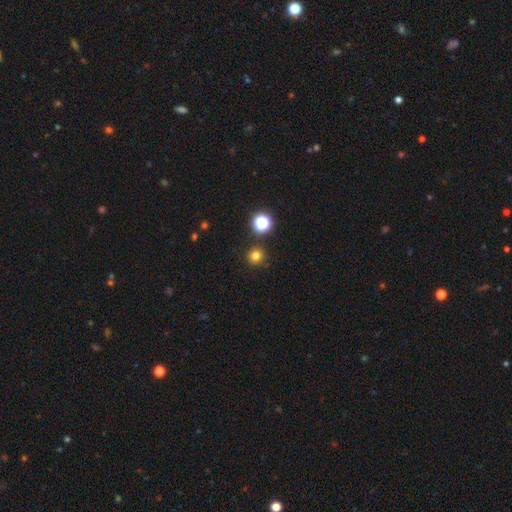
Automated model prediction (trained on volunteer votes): A smooth galaxy with no disk features (77%) that is round (94%). Merging: none (89%).